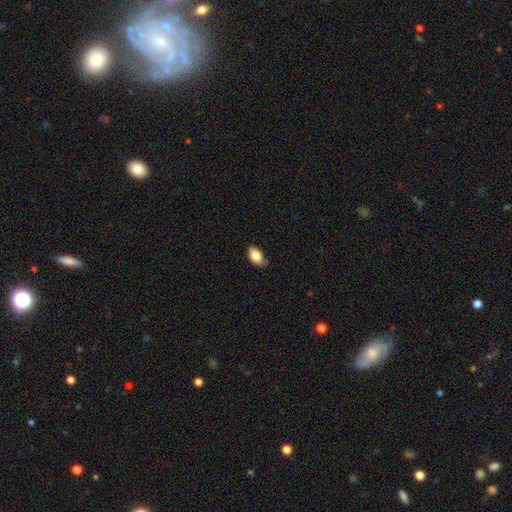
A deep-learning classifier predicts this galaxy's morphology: This is clearly a smooth galaxy (83%). How rounded: clearly in between (91%). Merging: likely none (68%).